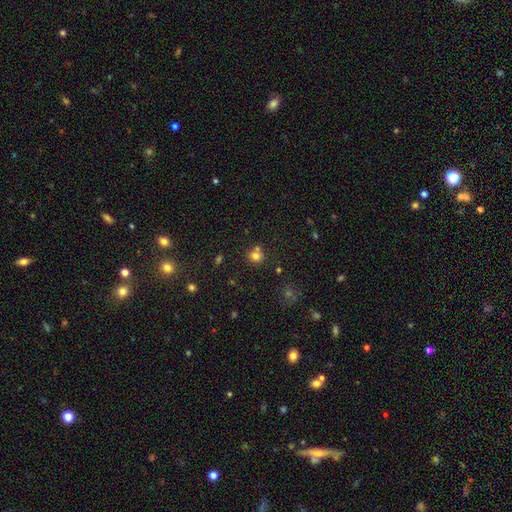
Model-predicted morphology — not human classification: A smooth galaxy with no disk features (75%) that is round (85%).

Vote fractions:
- Smooth or featured? smooth: 75% / star or artifact: 16% / featured or disk: 8%
- How rounded? round: 85% / in between: 14% / cigar-shaped: 1%
- Merging? none: 62% / merger: 25% / minor disturbance: 9% / major disturbance: 3%